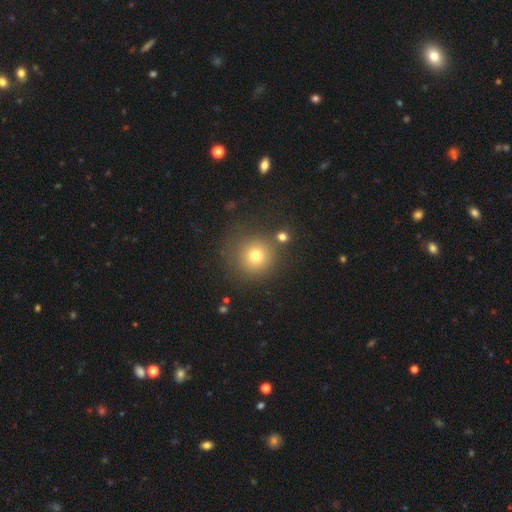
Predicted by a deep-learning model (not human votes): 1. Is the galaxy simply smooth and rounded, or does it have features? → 75% smooth, 15% star or artifact, 10% featured or disk.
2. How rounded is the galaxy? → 93% round, 6% in between, 1% cigar-shaped.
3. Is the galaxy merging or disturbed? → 79% none, 10% minor disturbance, 6% merger, 5% major disturbance.